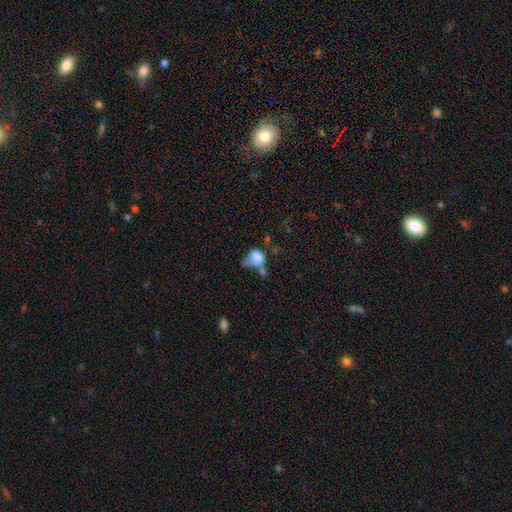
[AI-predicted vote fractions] Smooth or featured?
  - smooth: 70% *
  - featured or disk: 19%
  - star or artifact: 11%
How rounded?
  - in between: 67% *
  - round: 32%
  - cigar-shaped: 1%
Merging?
  - major disturbance: 32% *
  - merger: 29%
  - minor disturbance: 21%
  - none: 17%